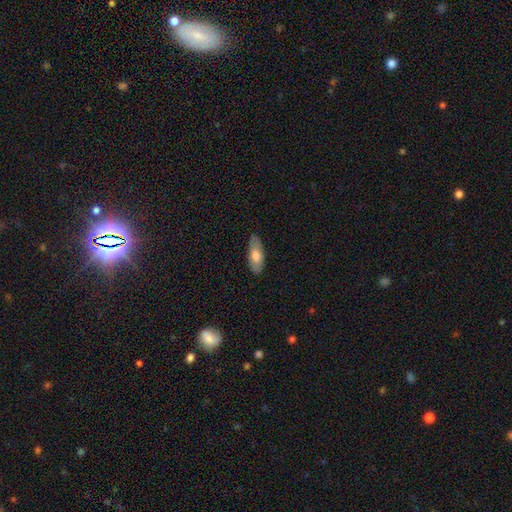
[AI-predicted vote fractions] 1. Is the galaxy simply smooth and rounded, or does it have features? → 69% smooth, 25% featured or disk, 6% star or artifact.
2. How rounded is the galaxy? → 80% in between, 18% cigar-shaped, 2% round.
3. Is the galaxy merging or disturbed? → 85% none, 12% minor disturbance, 2% major disturbance, 1% merger.